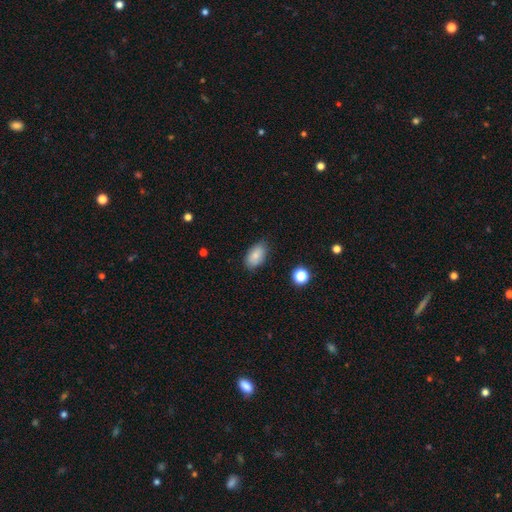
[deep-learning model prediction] smooth-or-featured: smooth: 83% | featured or disk: 9% | star or artifact: 8%
  how-rounded: in between: 93% | round: 5% | cigar-shaped: 2%
  merging: none: 82% | minor disturbance: 14% | major disturbance: 3% | merger: 1%